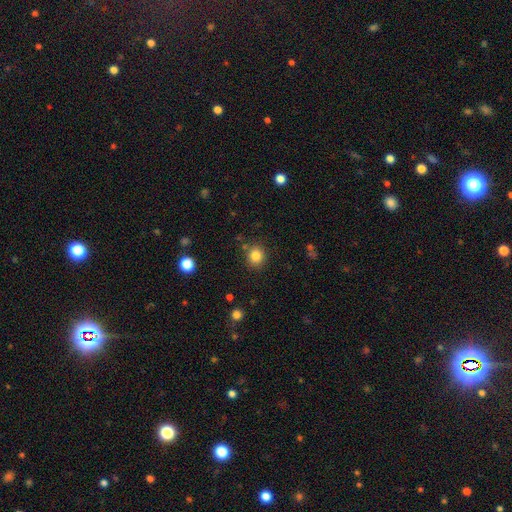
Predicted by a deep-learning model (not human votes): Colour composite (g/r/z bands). It shows a smooth galaxy with no disk features (83%) that is round (81%). Merging: none (85%).